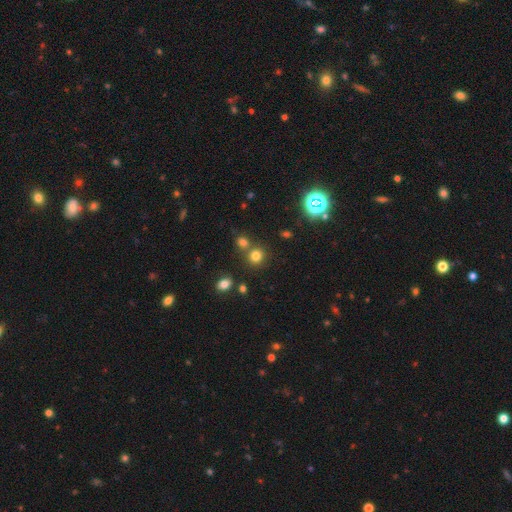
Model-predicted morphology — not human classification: A smooth galaxy with no disk features (75%) that is round (86%).

Vote fractions:
- Smooth or featured? smooth: 75% / star or artifact: 18% / featured or disk: 7%
- How rounded? round: 86% / in between: 13% / cigar-shaped: 1%
- Merging? none: 69% / merger: 20% / minor disturbance: 8% / major disturbance: 3%